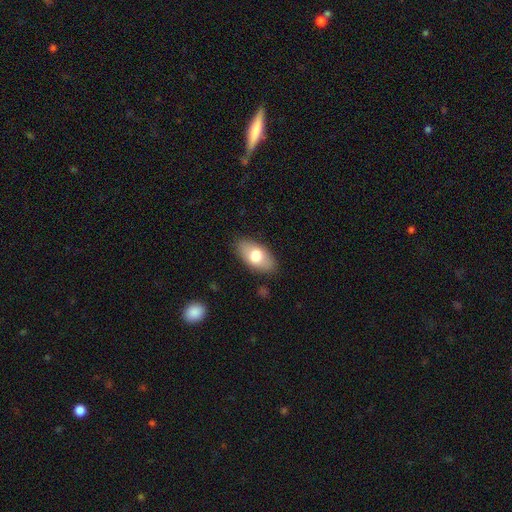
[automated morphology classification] smooth-or-featured: smooth: 73% | featured or disk: 20% | star or artifact: 6%
  how-rounded: in between: 92% | cigar-shaped: 4% | round: 4%
  merging: none: 85% | minor disturbance: 11% | major disturbance: 3% | merger: 1%